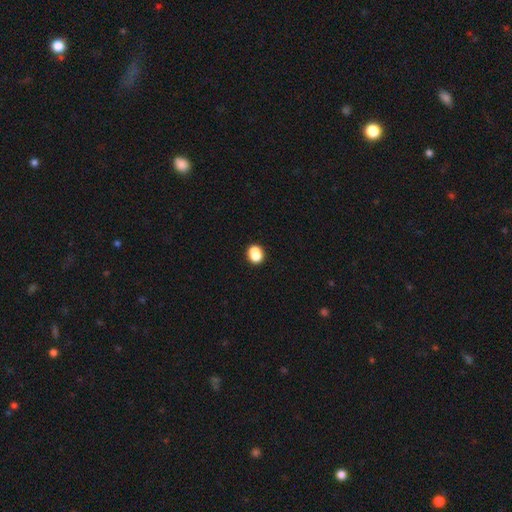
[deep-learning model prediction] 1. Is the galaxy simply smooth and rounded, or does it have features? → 77% smooth, 12% star or artifact, 11% featured or disk.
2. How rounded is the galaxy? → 60% round, 39% in between, 1% cigar-shaped.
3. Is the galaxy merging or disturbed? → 51% none, 32% merger, 12% minor disturbance, 4% major disturbance.